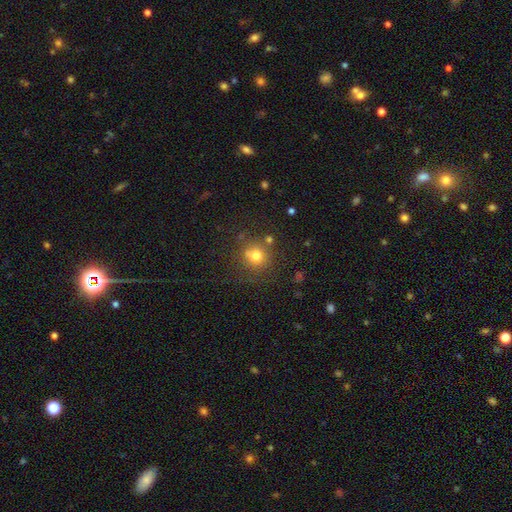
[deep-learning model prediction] smooth 75%, star or artifact 16%, featured or disk 10%. Down the decision tree: how rounded — round (90%); merging — none (73%).